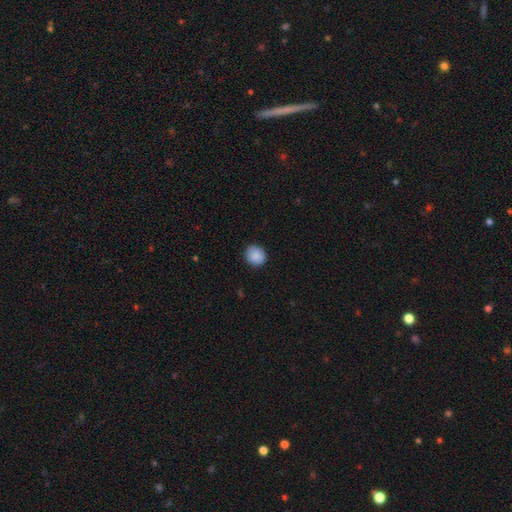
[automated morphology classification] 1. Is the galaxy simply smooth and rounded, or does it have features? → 88% smooth, 7% star or artifact, 5% featured or disk.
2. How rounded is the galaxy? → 87% round, 12% in between, 1% cigar-shaped.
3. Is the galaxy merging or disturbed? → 89% none, 9% minor disturbance, 2% major disturbance, 1% merger.